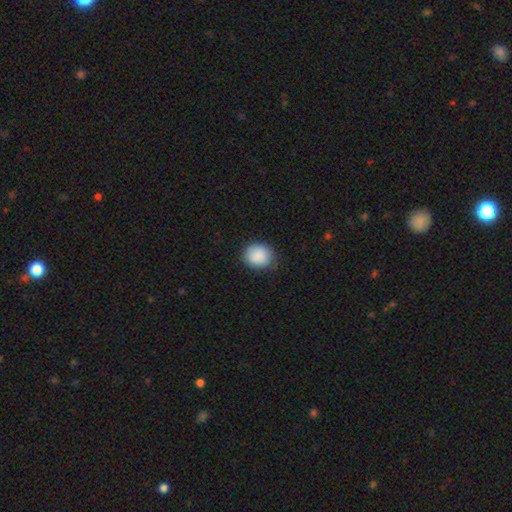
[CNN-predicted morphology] Smooth or featured: smooth — 89% (star or artifact — 7%)
How rounded: round — 71% (in between — 28%)
Merging: none — 78% (minor disturbance — 17%)